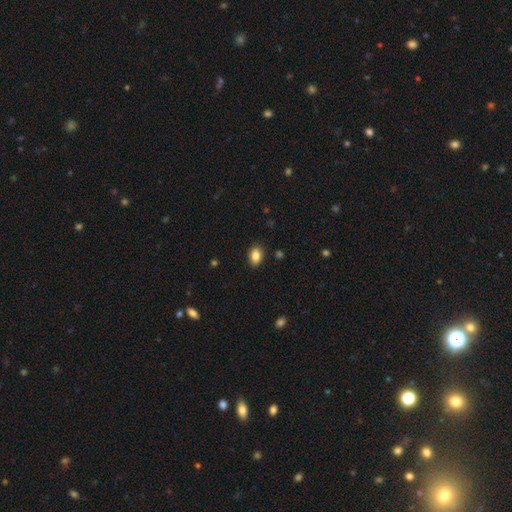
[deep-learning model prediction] The model was most divided on "how rounded": in between: 77%, round: 22%, cigar-shaped: 1%. More confident: merging — none (87%); smooth or featured — smooth (85%).